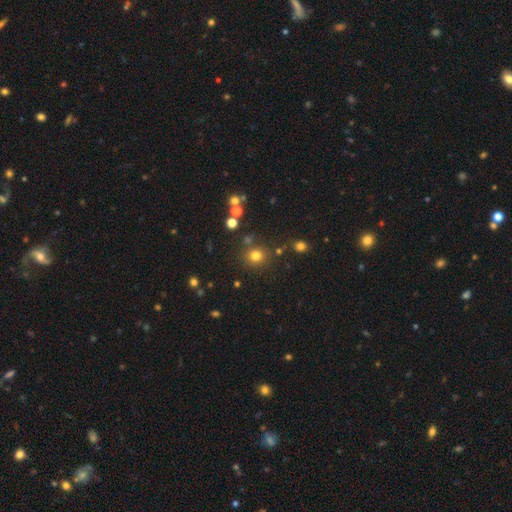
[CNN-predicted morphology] This appears to be a smooth galaxy with no disk features (76%) that is round (88%). Merging: none (81%).